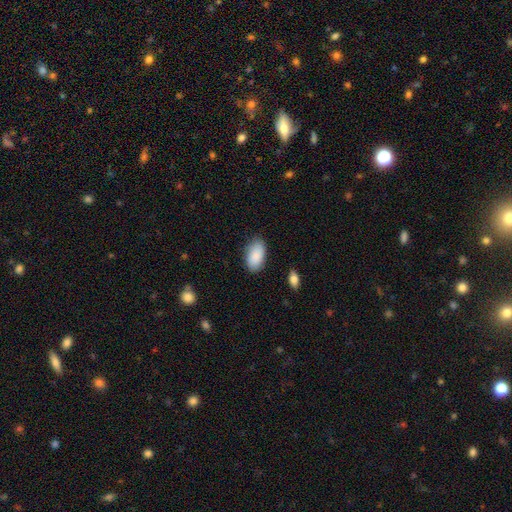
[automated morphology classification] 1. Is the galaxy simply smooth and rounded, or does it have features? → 89% smooth, 6% star or artifact, 5% featured or disk.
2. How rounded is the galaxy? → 94% in between, 3% round, 2% cigar-shaped.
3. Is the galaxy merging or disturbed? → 82% none, 14% minor disturbance, 3% major disturbance, 1% merger.